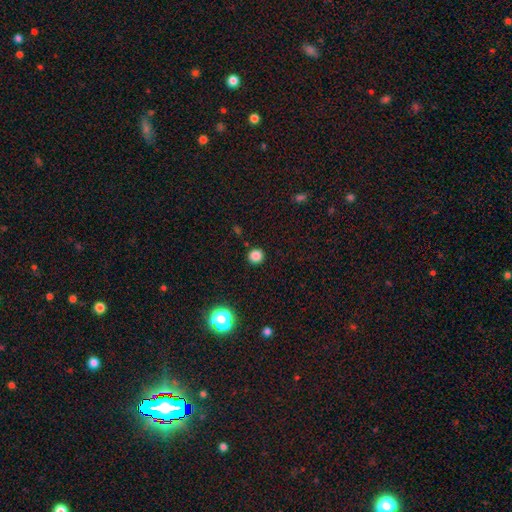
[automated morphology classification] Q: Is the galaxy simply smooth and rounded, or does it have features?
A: smooth — 84%.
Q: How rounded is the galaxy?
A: round — 94%.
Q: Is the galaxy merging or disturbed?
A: none — 91%.